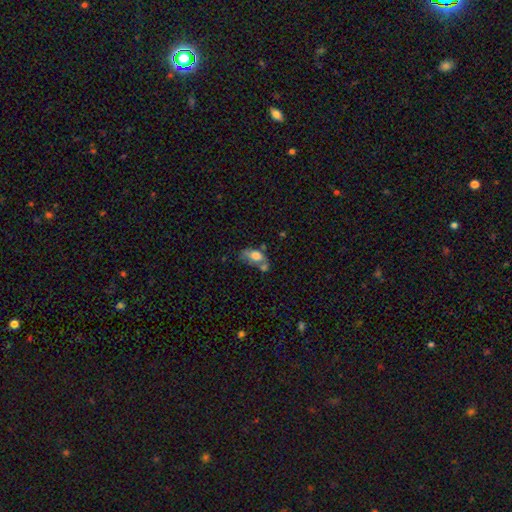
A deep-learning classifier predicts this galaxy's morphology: Smooth or featured? smooth (67%)
How rounded? in between (86%)
Merging? merger (34%)